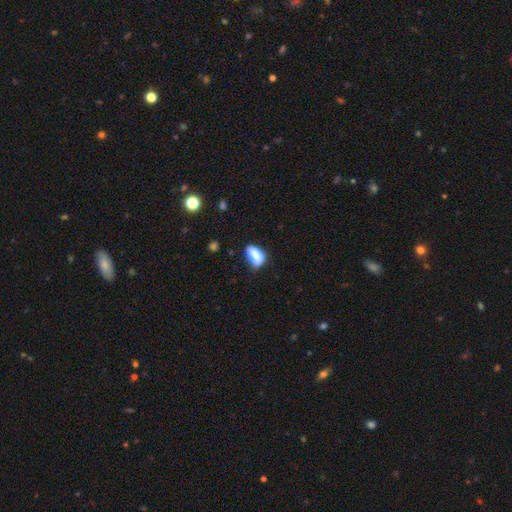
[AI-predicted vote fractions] smooth 81%, featured or disk 11%, star or artifact 8%. Down the decision tree: how rounded — in between (88%); merging — none (49%).